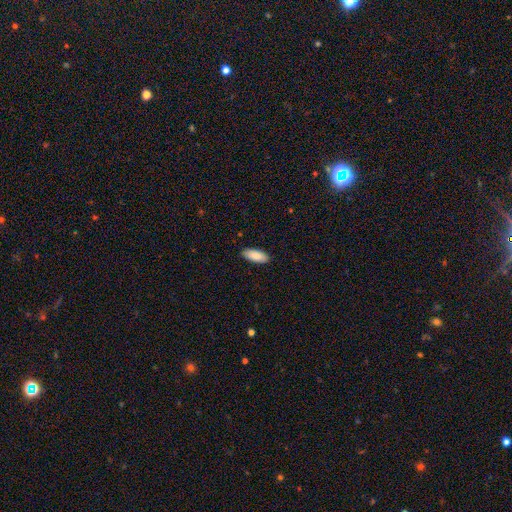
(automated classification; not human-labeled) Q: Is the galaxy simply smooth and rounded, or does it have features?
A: smooth — 88%.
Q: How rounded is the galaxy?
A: in between — 81%.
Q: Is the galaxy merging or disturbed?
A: none — 90%.